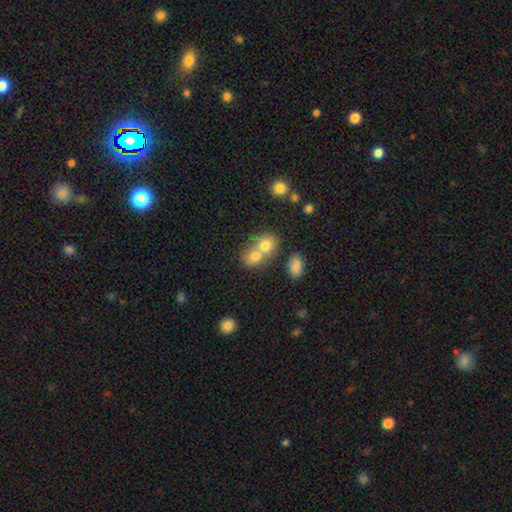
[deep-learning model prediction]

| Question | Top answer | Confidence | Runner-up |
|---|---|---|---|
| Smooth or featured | smooth | 64% | star or artifact (19%) |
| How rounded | round | 57% | in between (41%) |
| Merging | merger | 56% | none (35%) |